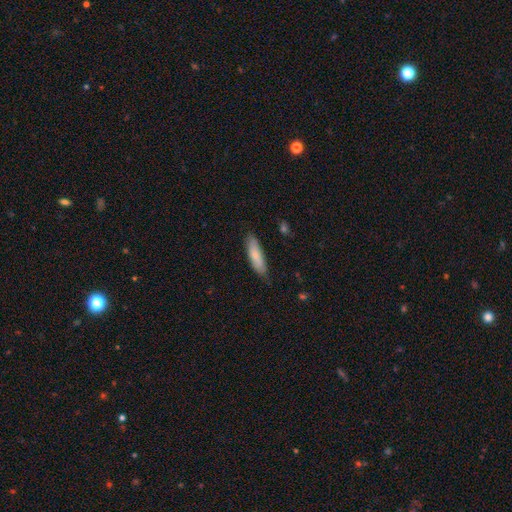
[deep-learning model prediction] Smooth or featured?
  - smooth: 79% *
  - featured or disk: 15%
  - star or artifact: 6%
How rounded?
  - cigar-shaped: 62% *
  - in between: 36%
  - round: 2%
Merging?
  - none: 81% *
  - minor disturbance: 15%
  - major disturbance: 2%
  - merger: 1%